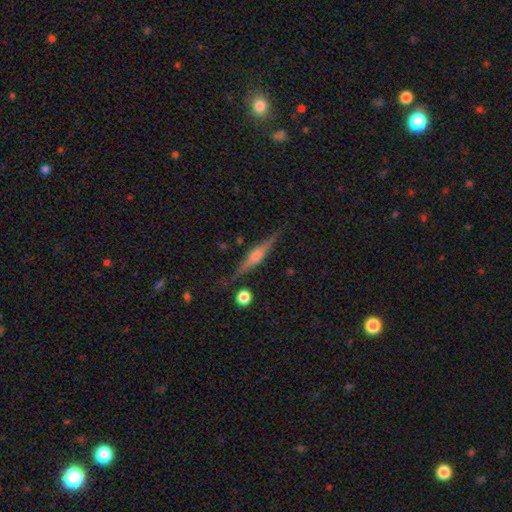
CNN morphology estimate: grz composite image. It shows a featured or disk galaxy (74%) viewed edge-on (97%) with a rounded central bulge (80%). Merging: none (85%).